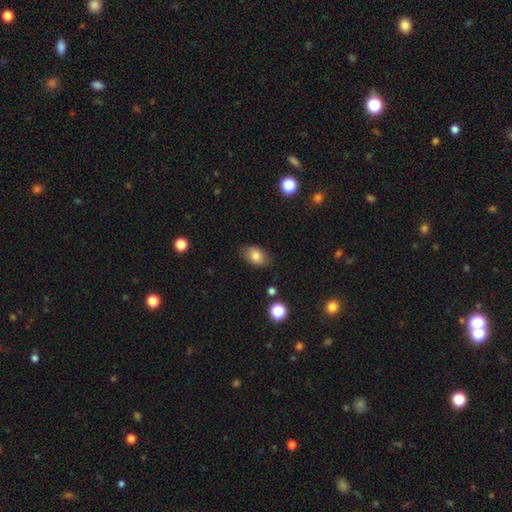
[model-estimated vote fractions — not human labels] A smooth galaxy with no disk features (81%) that is in between round and cigar-shaped (87%).

Vote fractions:
- Smooth or featured? smooth: 81% / featured or disk: 10% / star or artifact: 8%
- How rounded? in between: 87% / round: 12% / cigar-shaped: 1%
- Merging? none: 82% / minor disturbance: 14% / major disturbance: 3% / merger: 1%